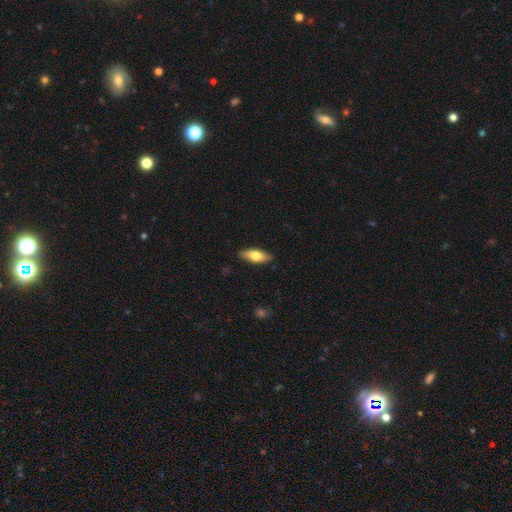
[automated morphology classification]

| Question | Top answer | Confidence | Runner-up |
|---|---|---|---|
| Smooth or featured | smooth | 66% | featured or disk (29%) |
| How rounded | in between | 66% | cigar-shaped (32%) |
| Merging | none | 87% | minor disturbance (10%) |